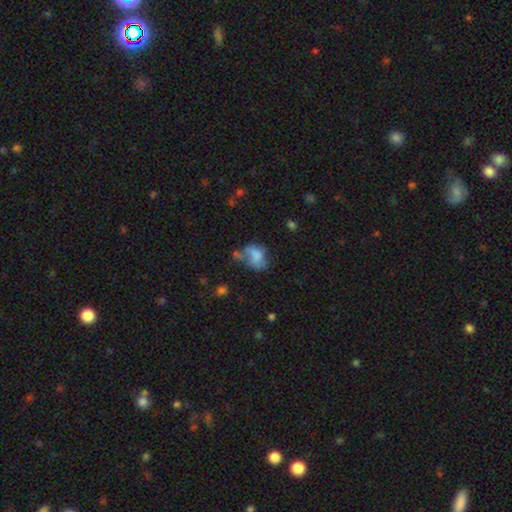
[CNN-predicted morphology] This appears to be a smooth galaxy with no disk features (64%) that is in between round and cigar-shaped (67%). Merging: none (30%).